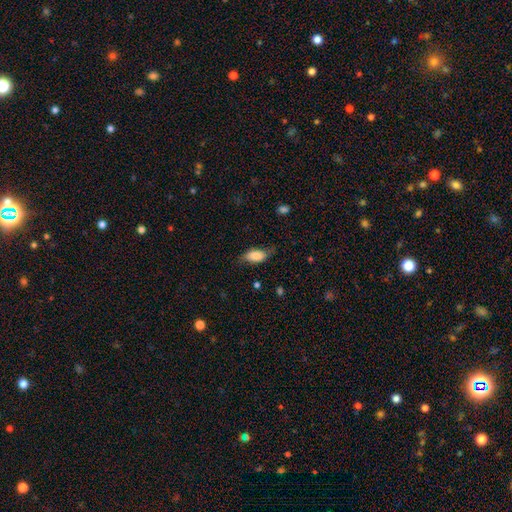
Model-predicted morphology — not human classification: A smooth galaxy with no disk features (77%) that is in between round and cigar-shaped (89%). Merging: none (61%).